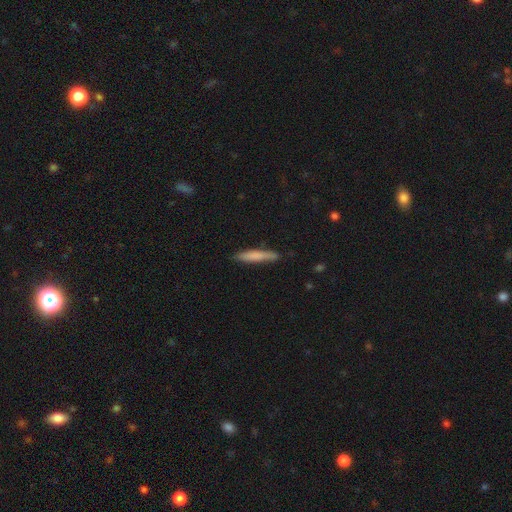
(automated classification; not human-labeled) Smooth or featured?
  - smooth: 74% *
  - featured or disk: 21%
  - star or artifact: 6%
How rounded?
  - cigar-shaped: 92% *
  - in between: 7%
  - round: 1%
Merging?
  - none: 82% *
  - minor disturbance: 14%
  - major disturbance: 2%
  - merger: 2%